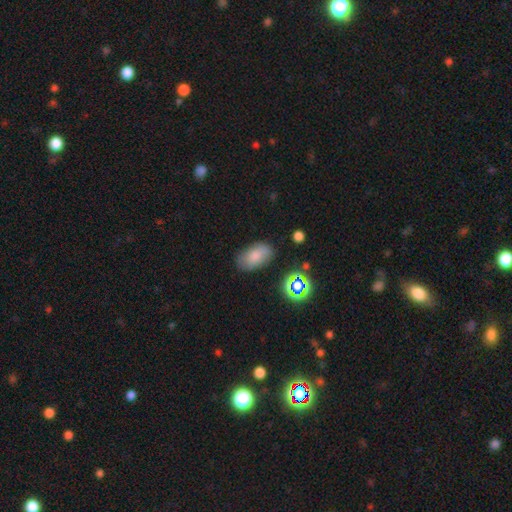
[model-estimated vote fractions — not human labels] smooth_or_featured: smooth (p=0.77) [alt: featured or disk p=0.12]
how_rounded: in between (p=0.92) [alt: round p=0.06]
merging: none (p=0.77) [alt: minor disturbance p=0.16]